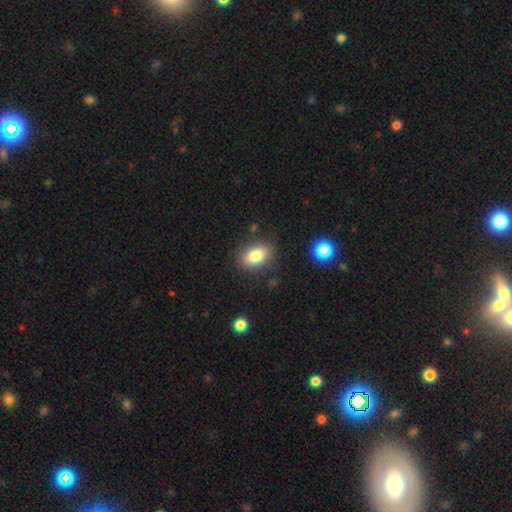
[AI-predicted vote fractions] Smooth or featured?
  - smooth: 82% *
  - featured or disk: 9%
  - star or artifact: 9%
How rounded?
  - in between: 82% *
  - round: 16%
  - cigar-shaped: 2%
Merging?
  - none: 84% *
  - minor disturbance: 11%
  - major disturbance: 3%
  - merger: 2%